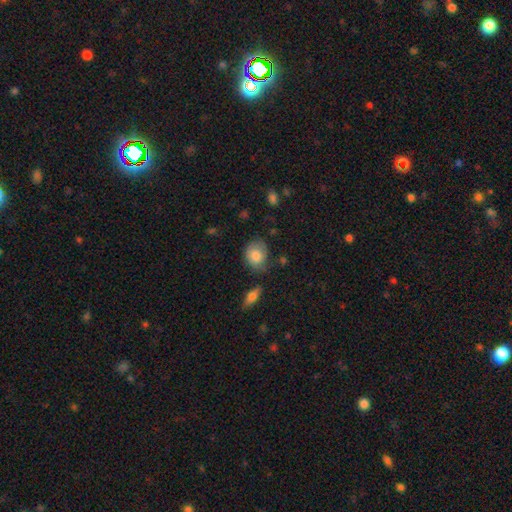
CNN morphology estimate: Smooth or featured? Predicted: smooth (p=0.79). How rounded? Predicted: round (p=0.56). Merging? Predicted: none (p=0.59).